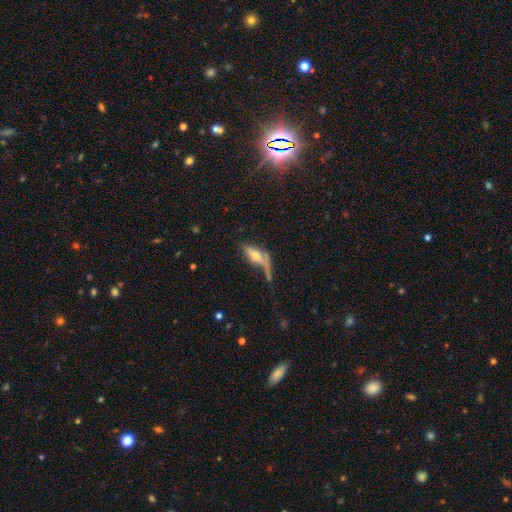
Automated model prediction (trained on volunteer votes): Smooth or featured? smooth (47%)
Merging? none (34%)